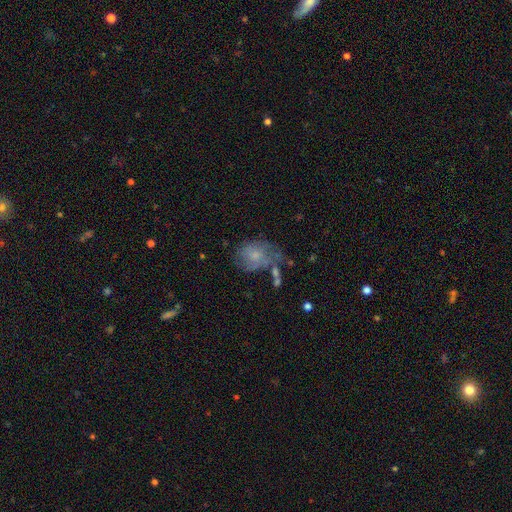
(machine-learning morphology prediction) This is possibly a smooth galaxy (47%). Merging: marginally none (35%).